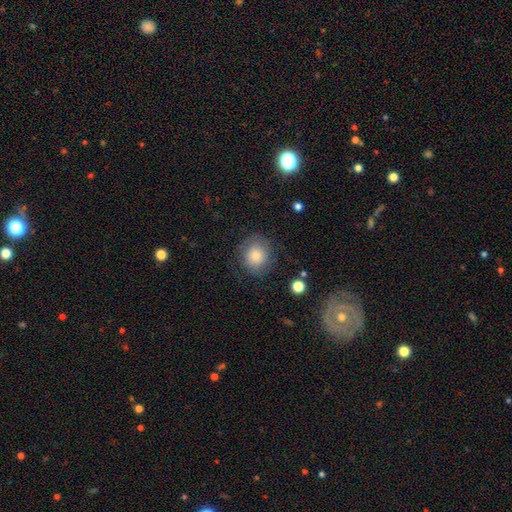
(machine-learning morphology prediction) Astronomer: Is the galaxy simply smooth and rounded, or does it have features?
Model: smooth — 78%.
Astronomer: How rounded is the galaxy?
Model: round — 82%.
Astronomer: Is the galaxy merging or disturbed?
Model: none — 77%.